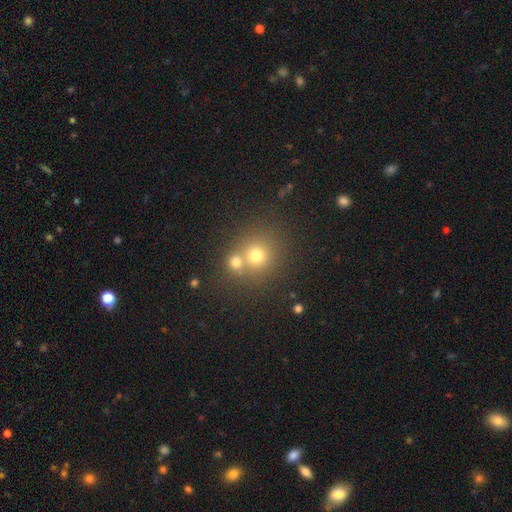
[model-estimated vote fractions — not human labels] A smooth galaxy with no disk features (70%) that is round (86%).

Vote fractions:
- Smooth or featured? smooth: 70% / star or artifact: 16% / featured or disk: 13%
- How rounded? round: 86% / in between: 13% / cigar-shaped: 1%
- Merging? none: 50% / merger: 41% / minor disturbance: 7% / major disturbance: 3%